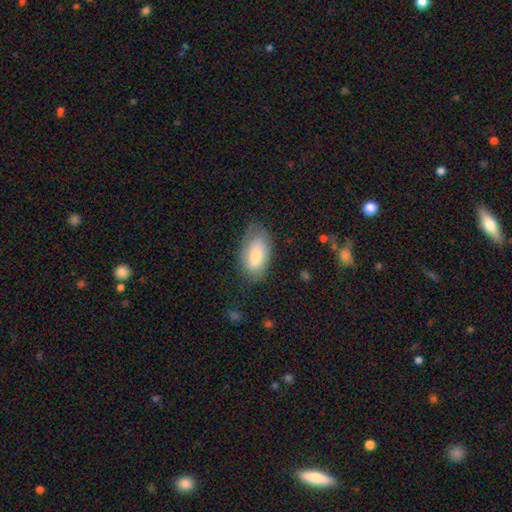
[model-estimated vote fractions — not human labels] A smooth galaxy with no disk features (69%) that is in between round and cigar-shaped (93%).

Vote fractions:
- Smooth or featured? smooth: 69% / featured or disk: 25% / star or artifact: 6%
- How rounded? in between: 93% / round: 3% / cigar-shaped: 3%
- Merging? none: 66% / minor disturbance: 25% / major disturbance: 8% / merger: 1%